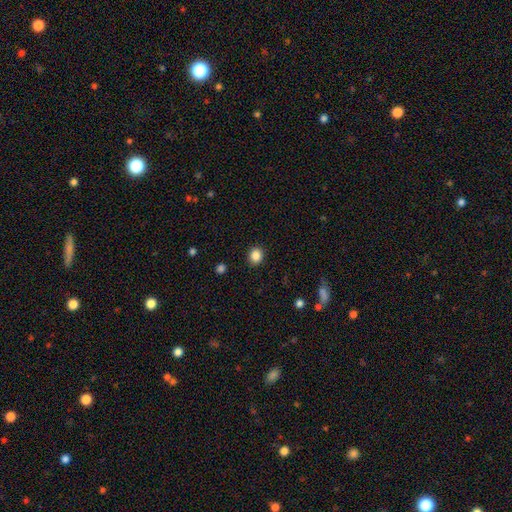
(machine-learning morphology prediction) This is clearly a smooth galaxy (86%). How rounded: likely round (76%). Merging: clearly none (91%).